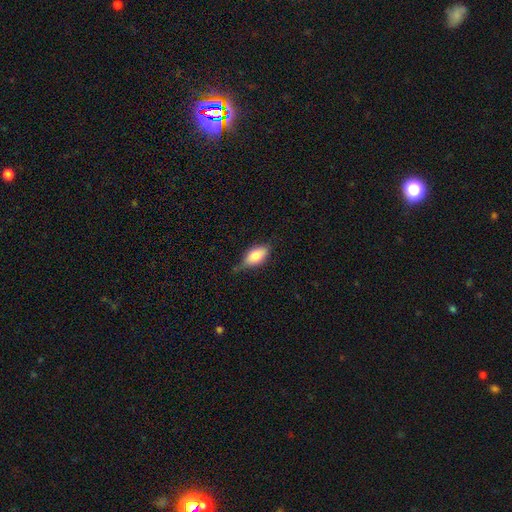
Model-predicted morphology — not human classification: Smooth or featured: smooth — 76% (featured or disk — 17%)
How rounded: in between — 89% (cigar-shaped — 6%)
Merging: none — 49% (minor disturbance — 38%)